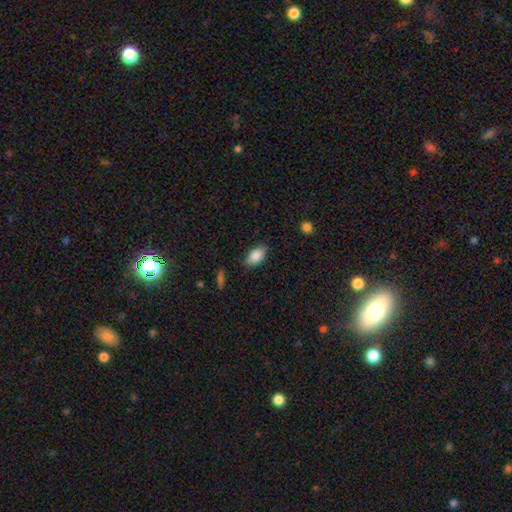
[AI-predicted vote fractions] This appears to be a smooth galaxy with no disk features (86%) that is in between round and cigar-shaped (92%). Merging: none (81%).